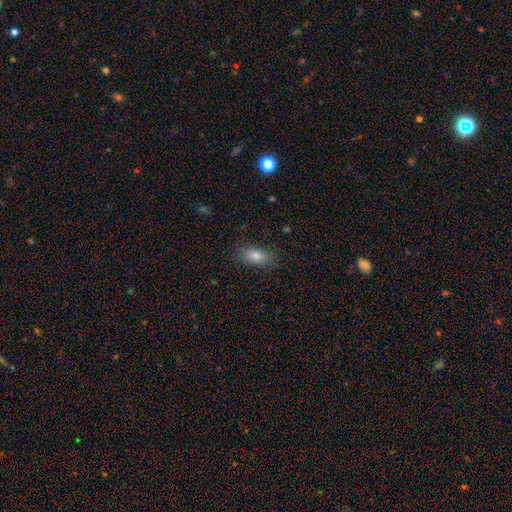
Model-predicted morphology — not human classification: Q: Smooth or featured?
A: smooth (79%); runner-up: star or artifact (10%)
Q: How rounded?
A: in between (85%); runner-up: round (9%)
Q: Merging?
A: none (85%); runner-up: minor disturbance (11%)